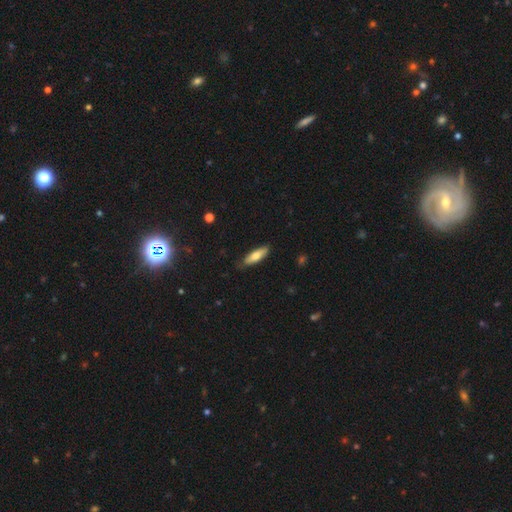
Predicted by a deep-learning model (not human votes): Morphology: type=smooth (71%); roundness=cigar-shaped (54%); merging=none (80%).